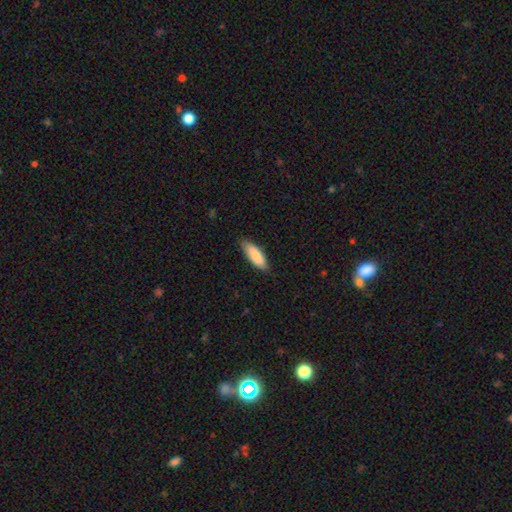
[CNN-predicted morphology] Overall: smooth (86%). How rounded: in between (64%; cigar-shaped 35%). Merging: none (83%).